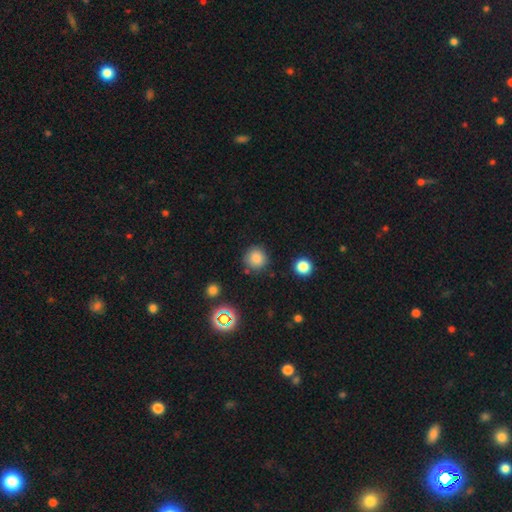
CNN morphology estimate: type=smooth (81%); roundness=round (93%); merging=none (85%).